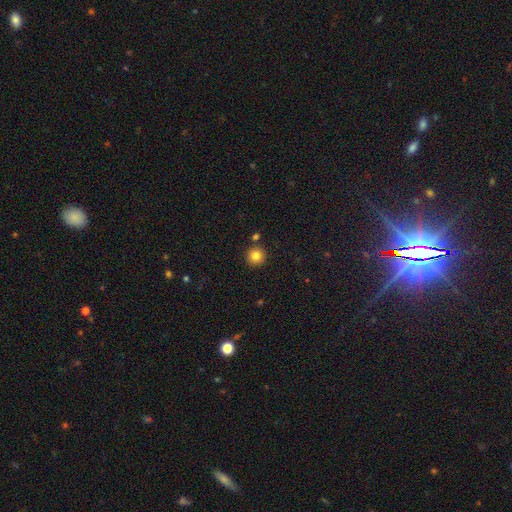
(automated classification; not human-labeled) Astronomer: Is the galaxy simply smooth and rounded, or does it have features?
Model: smooth — 82%.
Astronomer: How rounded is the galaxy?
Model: round — 95%.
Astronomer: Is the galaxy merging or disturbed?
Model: none — 87%.